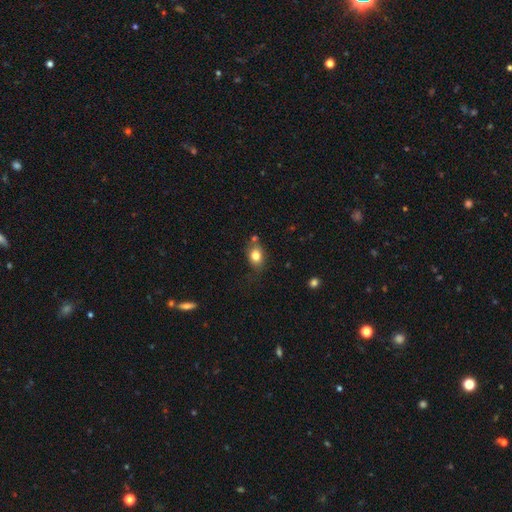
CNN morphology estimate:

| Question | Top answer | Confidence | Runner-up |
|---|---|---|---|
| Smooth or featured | smooth | 80% | star or artifact (10%) |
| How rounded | in between | 61% | round (37%) |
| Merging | none | 66% | minor disturbance (19%) |